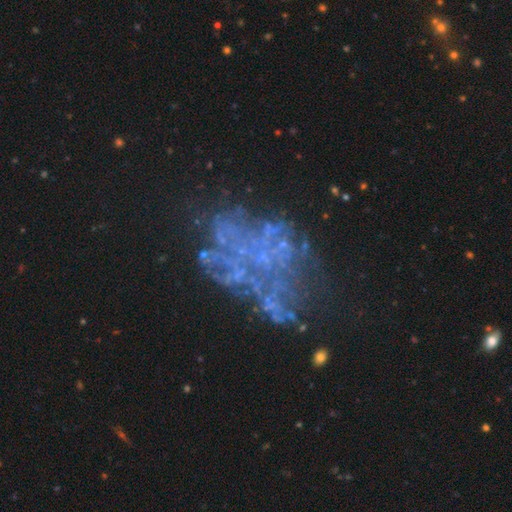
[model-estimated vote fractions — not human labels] Overall: featured or disk (61%; star or artifact 27%). Edge-on disk: no (98%). Bar: no (96%). Spiral arms: no (93%). Bulge size: none (89%). Merging: none (45%; major disturbance 30%).